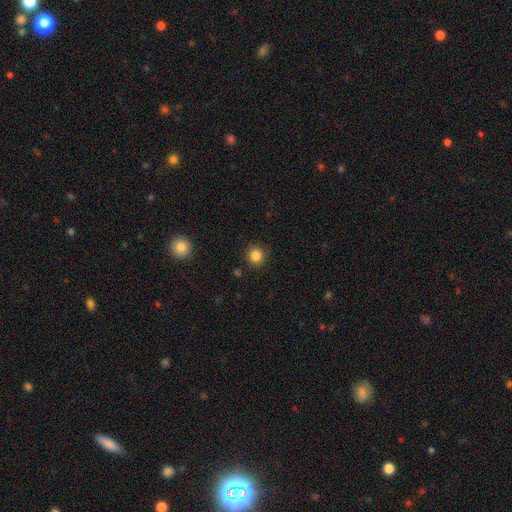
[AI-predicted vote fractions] smooth 84%, star or artifact 12%, featured or disk 4%. Down the decision tree: how rounded — round (92%); merging — none (86%).